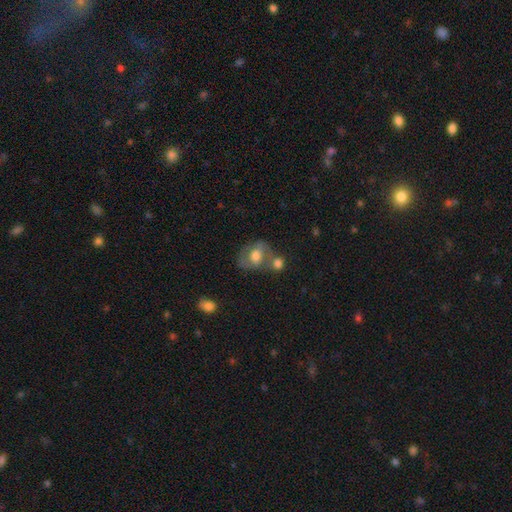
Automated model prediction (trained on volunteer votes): smooth_or_featured: smooth (p=0.54) [alt: featured or disk p=0.35]
how_rounded: in between (p=0.58) [alt: round p=0.41]
merging: none (p=0.49) [alt: merger p=0.26]